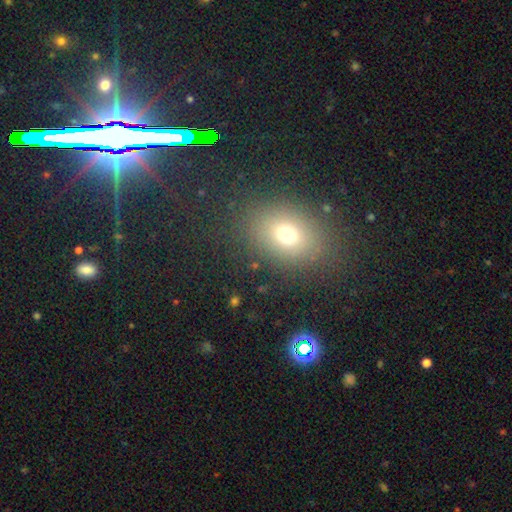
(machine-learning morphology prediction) This is possibly a smooth galaxy (54%). How rounded: likely in between (62%). Merging: clearly none (88%).